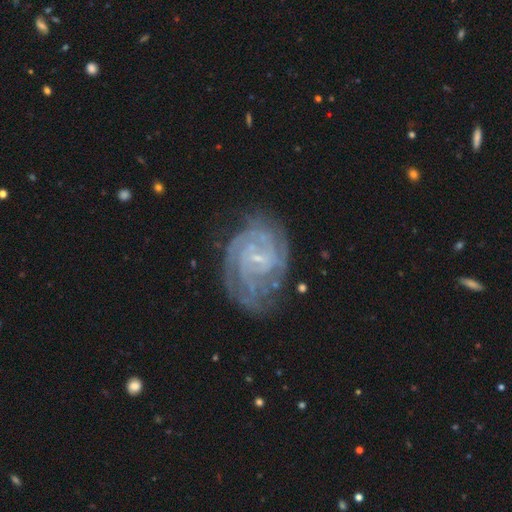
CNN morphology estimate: type=featured or disk (83%); edge-on=no (97%); bar=weak (47%); spiral arms=yes (97%); winding=tight (70%); arm count=2 (25%, tied with can't tell); bulge=small (78%); merging=none (74%).